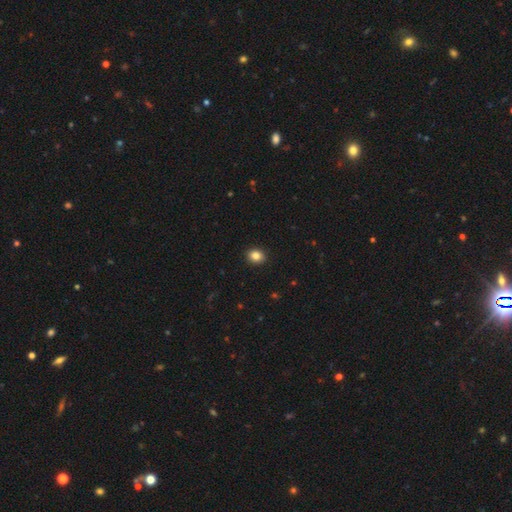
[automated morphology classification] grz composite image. It shows a smooth galaxy with no disk features (85%) that is round (60%). Merging: none (92%).